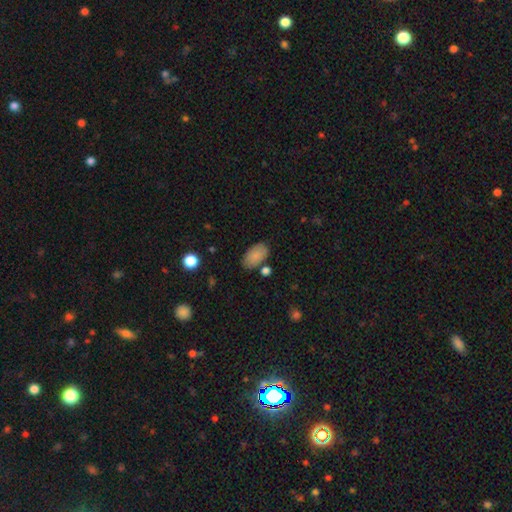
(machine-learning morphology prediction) This is clearly a smooth galaxy (84%). How rounded: clearly in between (94%). Merging: likely none (75%).